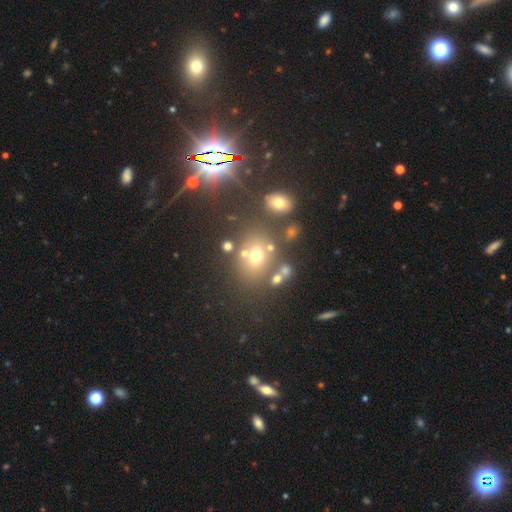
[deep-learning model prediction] Q: Smooth or featured?
A: smooth (61%); runner-up: star or artifact (22%)
Q: How rounded?
A: round (54%); runner-up: in between (44%)
Q: Merging?
A: none (62%); runner-up: merger (19%)